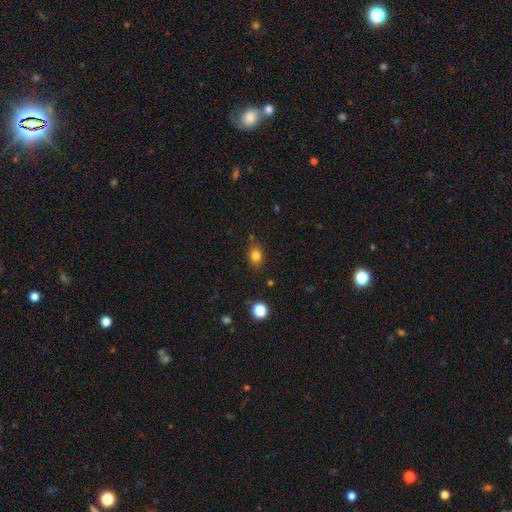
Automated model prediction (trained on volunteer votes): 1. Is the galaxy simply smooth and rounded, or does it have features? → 80% smooth, 13% star or artifact, 7% featured or disk.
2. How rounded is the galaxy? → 57% in between, 42% round, 1% cigar-shaped.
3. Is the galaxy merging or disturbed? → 83% none, 12% minor disturbance, 3% major disturbance, 3% merger.